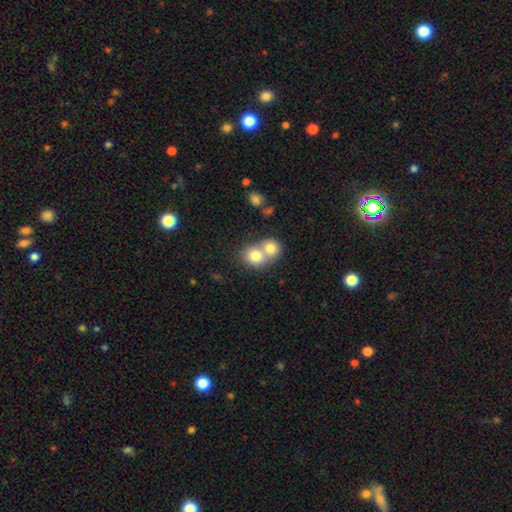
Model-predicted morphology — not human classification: A smooth galaxy with no disk features (77%) that is round (74%). Merging: merger (65%).